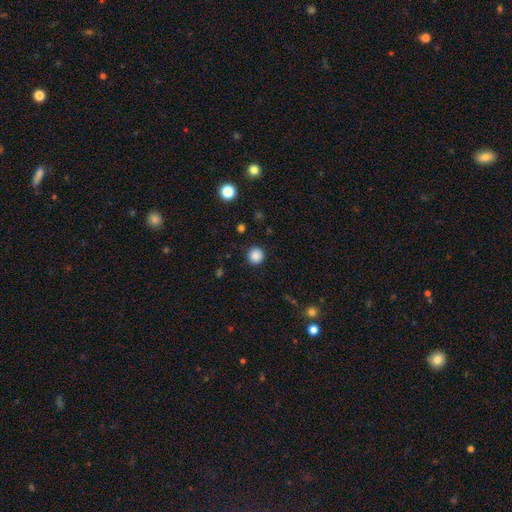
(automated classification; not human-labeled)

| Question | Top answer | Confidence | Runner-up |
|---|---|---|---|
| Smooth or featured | smooth | 87% | star or artifact (10%) |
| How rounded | round | 94% | in between (5%) |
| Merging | none | 92% | minor disturbance (5%) |